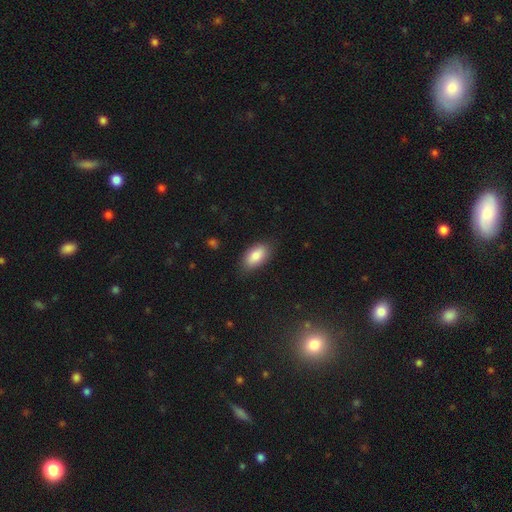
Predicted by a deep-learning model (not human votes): Morphology: type=smooth (84%); roundness=in between (92%); merging=none (82%).